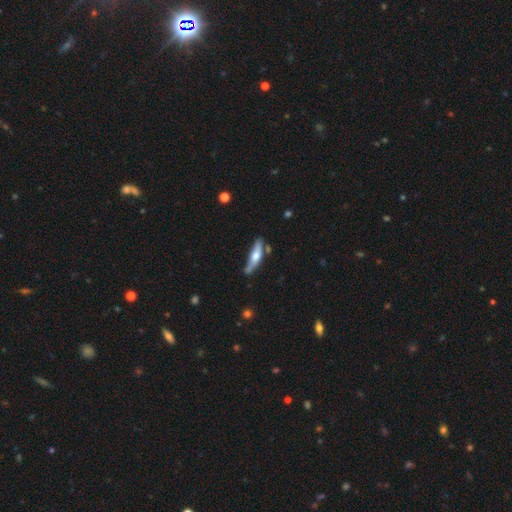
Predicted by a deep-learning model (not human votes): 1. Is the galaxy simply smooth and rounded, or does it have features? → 54% featured or disk, 41% smooth, 5% star or artifact.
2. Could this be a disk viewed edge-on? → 88% yes, 12% no.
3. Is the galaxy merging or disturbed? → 65% none, 21% minor disturbance, 8% merger, 6% major disturbance.